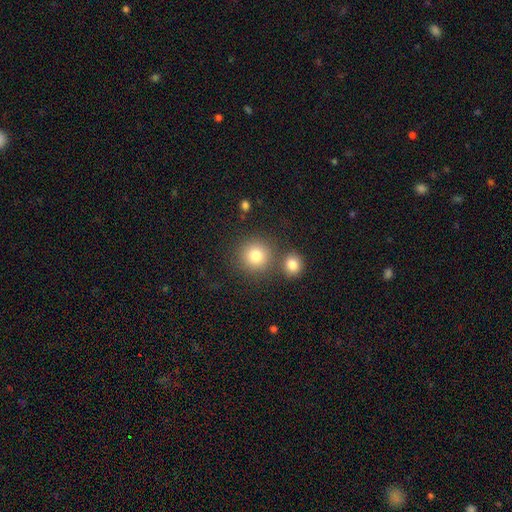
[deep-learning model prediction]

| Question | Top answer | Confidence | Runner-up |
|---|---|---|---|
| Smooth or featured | smooth | 81% | star or artifact (12%) |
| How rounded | round | 92% | in between (8%) |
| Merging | none | 73% | merger (16%) |